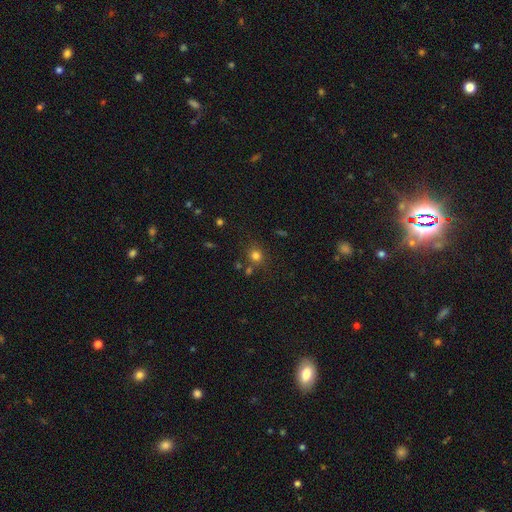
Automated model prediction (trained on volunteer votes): smooth-or-featured: smooth: 77% | star or artifact: 16% | featured or disk: 7%
  how-rounded: round: 81% | in between: 18% | cigar-shaped: 1%
  merging: none: 75% | minor disturbance: 11% | merger: 10% | major disturbance: 4%